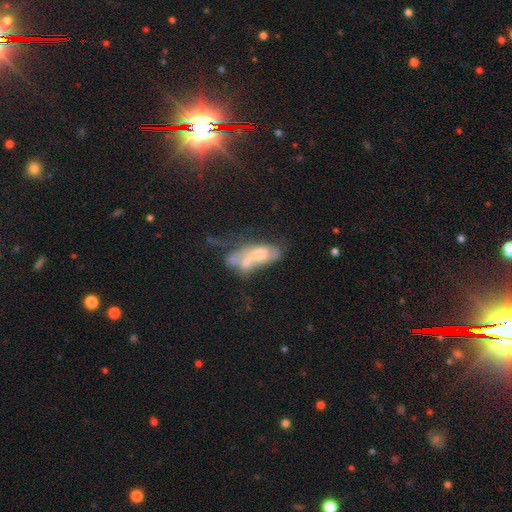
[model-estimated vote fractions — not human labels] A featured or disk galaxy (51%). Merging: merger (45%).